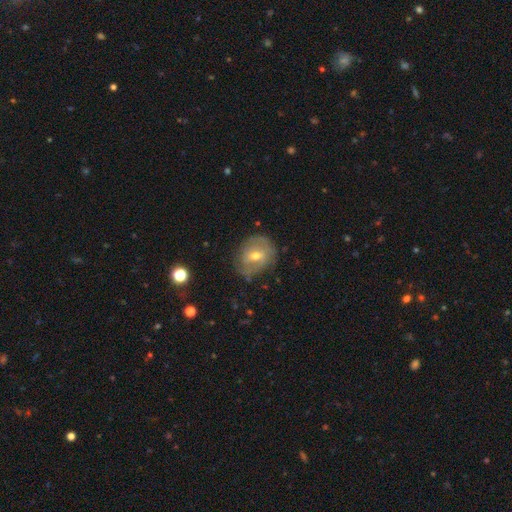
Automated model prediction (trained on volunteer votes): featured or disk 56%, smooth 36%, star or artifact 8%. Down the decision tree: edge-on disk — no (95%); bar — weak (44%); spiral arms — yes (58%); bulge size — moderate (60%); merging — none (63%).